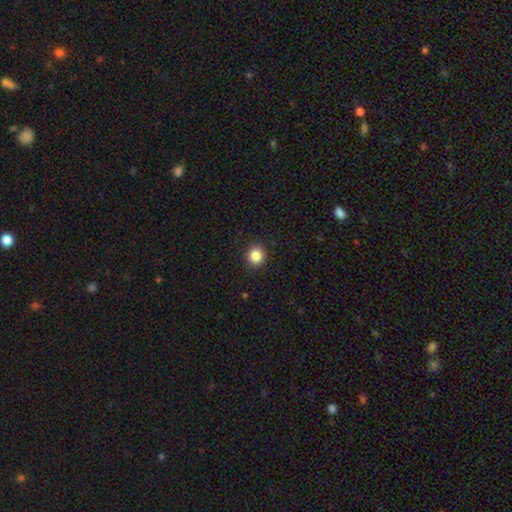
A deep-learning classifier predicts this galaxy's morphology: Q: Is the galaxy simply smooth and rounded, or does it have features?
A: smooth — 85%.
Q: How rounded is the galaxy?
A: round — 90%.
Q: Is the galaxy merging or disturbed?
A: none — 92%.